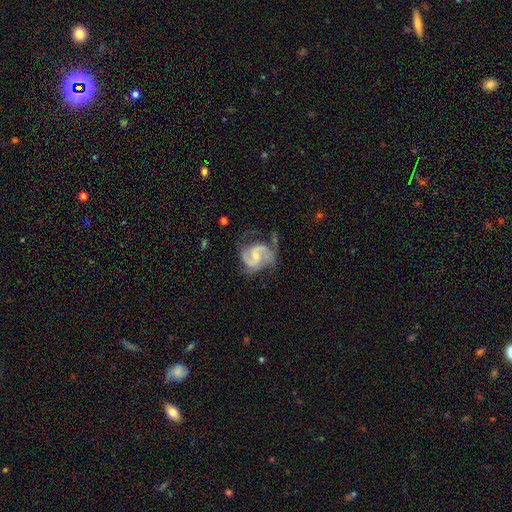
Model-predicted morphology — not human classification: Smooth or featured: featured or disk — 89% (smooth — 6%)
Edge-on disk: no — 98% (yes — 2%)
Bar: weak — 47% (no — 40%)
Spiral arms: yes — 97% (no — 3%)
Spiral winding: medium — 56% (tight — 26%)
Spiral arm count: 2 — 74% (3 — 15%)
Bulge size: small — 58% (moderate — 35%)
Merging: none — 55% (minor disturbance — 25%)